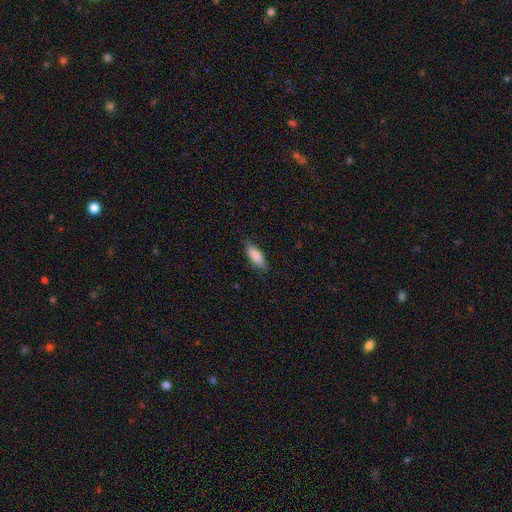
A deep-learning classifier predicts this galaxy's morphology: Q: Smooth or featured?
A: smooth (84%); runner-up: featured or disk (10%)
Q: How rounded?
A: in between (62%); runner-up: cigar-shaped (36%)
Q: Merging?
A: none (81%); runner-up: minor disturbance (15%)